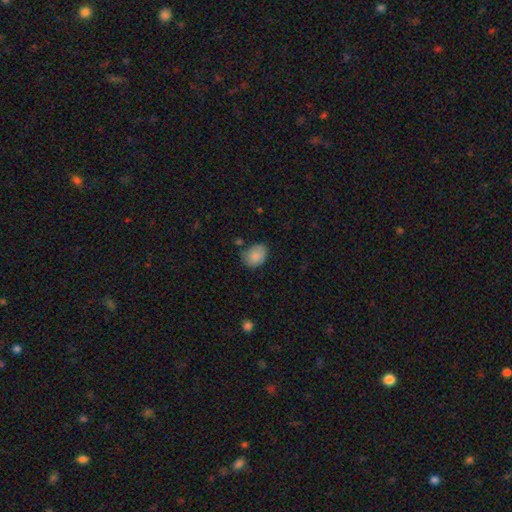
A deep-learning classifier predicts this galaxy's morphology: smooth-or-featured: smooth: 86% | star or artifact: 8% | featured or disk: 6%
  how-rounded: in between: 63% | round: 36% | cigar-shaped: 1%
  merging: none: 62% | minor disturbance: 28% | major disturbance: 6% | merger: 5%